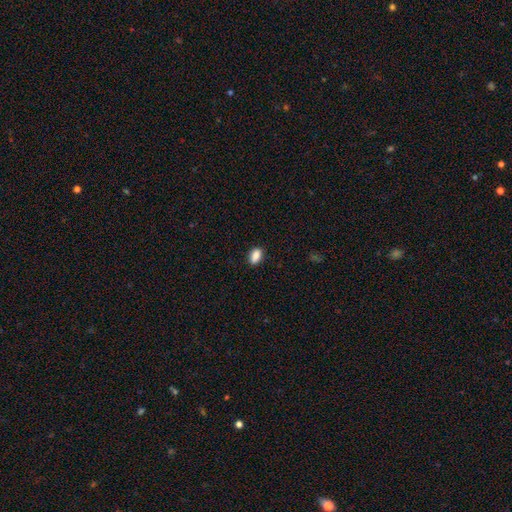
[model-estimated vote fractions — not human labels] This appears to be a smooth galaxy with no disk features (88%) that is in between round and cigar-shaped (88%). Merging: none (87%).